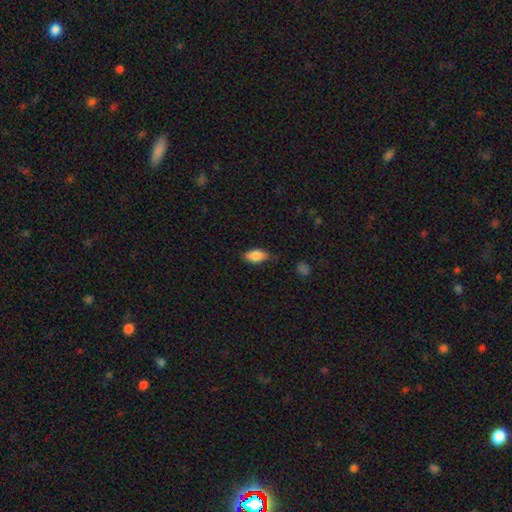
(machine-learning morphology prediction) type=smooth (86%); roundness=in between (91%); merging=none (77%).